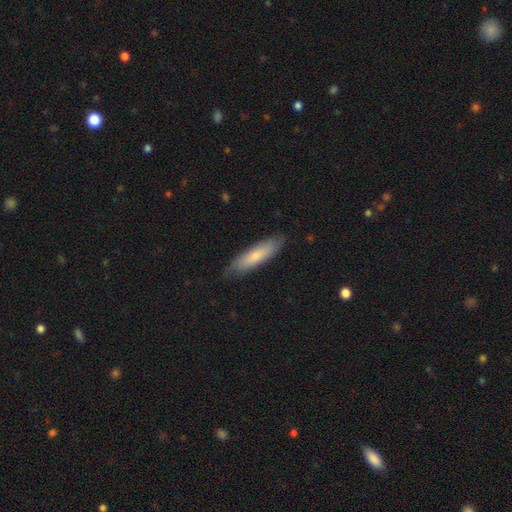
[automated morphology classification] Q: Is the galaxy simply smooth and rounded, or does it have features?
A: smooth — 71%.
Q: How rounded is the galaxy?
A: cigar-shaped — 70%.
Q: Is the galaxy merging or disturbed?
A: none — 81%.